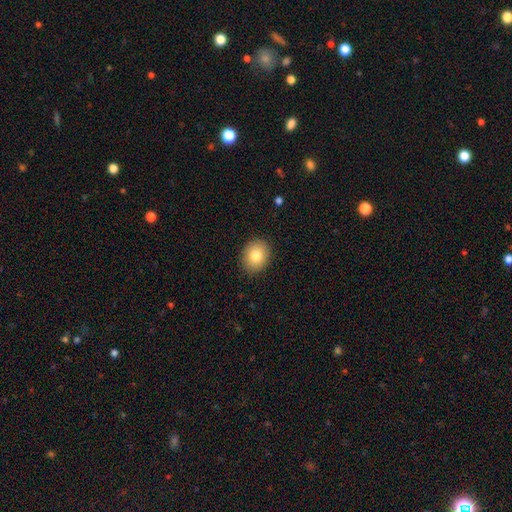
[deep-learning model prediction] Q: Smooth or featured?
A: smooth (81%); runner-up: featured or disk (10%)
Q: How rounded?
A: round (56%); runner-up: in between (43%)
Q: Merging?
A: none (89%); runner-up: minor disturbance (8%)